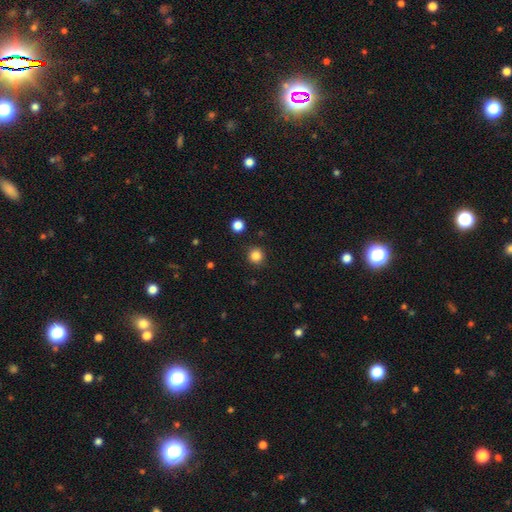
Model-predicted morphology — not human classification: The model was most divided on "smooth or featured": smooth: 84%, star or artifact: 12%, featured or disk: 4%. More confident: how rounded — round (94%); merging — none (90%).